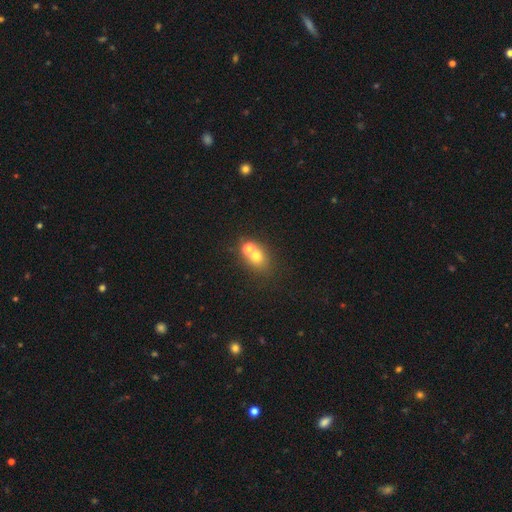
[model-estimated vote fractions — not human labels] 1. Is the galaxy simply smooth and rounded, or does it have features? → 66% smooth, 18% featured or disk, 16% star or artifact.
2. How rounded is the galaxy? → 65% round, 34% in between, 1% cigar-shaped.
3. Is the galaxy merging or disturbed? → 53% merger, 36% none, 7% minor disturbance, 4% major disturbance.